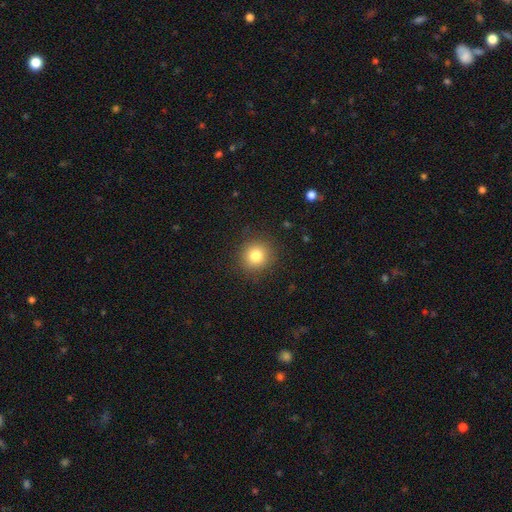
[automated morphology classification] smooth 81%, star or artifact 12%, featured or disk 7%. Down the decision tree: how rounded — round (92%); merging — none (89%).